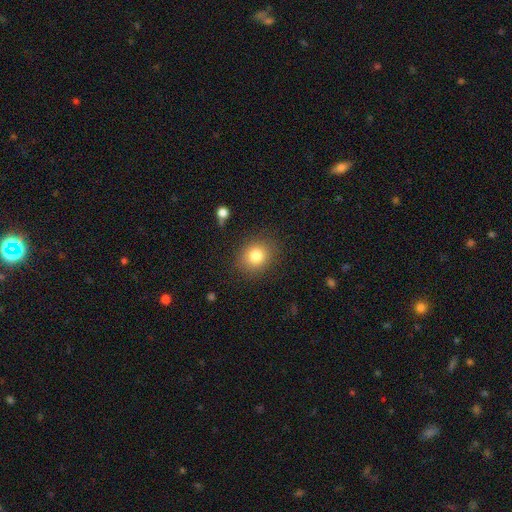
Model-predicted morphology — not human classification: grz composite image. It shows a smooth galaxy with no disk features (81%) that is round (68%). Merging: none (85%).